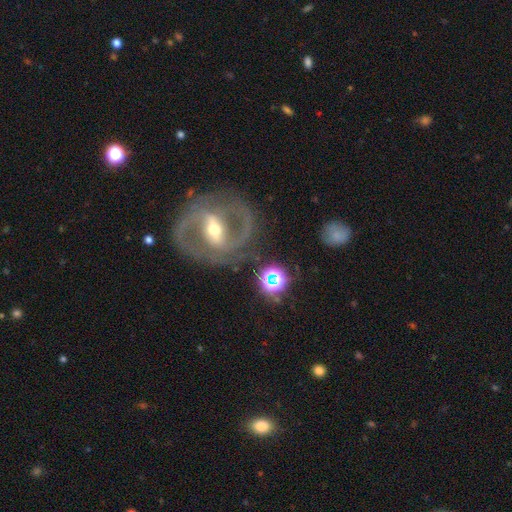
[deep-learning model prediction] Smooth or featured?
  - featured or disk: 82% *
  - smooth: 10%
  - star or artifact: 8%
Edge-on disk?
  - no: 95% *
  - yes: 5%
Bar?
  - strong: 44% *
  - weak: 37%
  - no: 18%
Spiral arms?
  - yes: 84% *
  - no: 16%
Spiral winding?
  - medium: 44% *
  - tight: 43%
  - loose: 13%
Spiral arm count?
  - 2: 82% *
  - can't tell: 9%
  - 1: 3%
  - 3: 3%
  - 4: 2%
  - more than 4: 1%
Bulge size?
  - moderate: 64% *
  - small: 27%
  - large: 6%
  - dominant: 1%
  - none: 1%
Merging?
  - none: 76% *
  - minor disturbance: 13%
  - major disturbance: 7%
  - merger: 4%